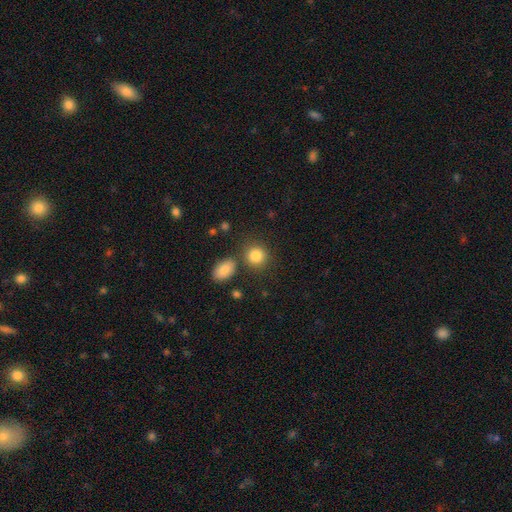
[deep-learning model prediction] The model was most divided on "how rounded": round: 81%, in between: 18%, cigar-shaped: 1%. More confident: smooth or featured — smooth (84%); merging — none (76%).